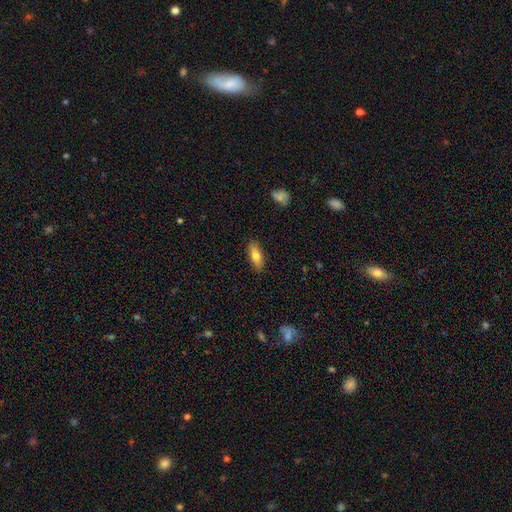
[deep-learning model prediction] This appears to be a smooth galaxy with no disk features (71%) that is in between round and cigar-shaped (63%). Merging: none (88%).